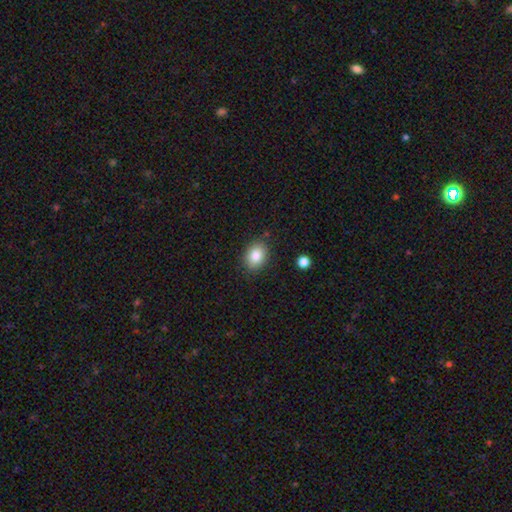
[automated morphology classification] A smooth galaxy with no disk features (84%) that is in between round and cigar-shaped (66%).

Vote fractions:
- Smooth or featured? smooth: 84% / star or artifact: 9% / featured or disk: 7%
- How rounded? in between: 66% / round: 33% / cigar-shaped: 1%
- Merging? none: 84% / minor disturbance: 11% / major disturbance: 3% / merger: 2%